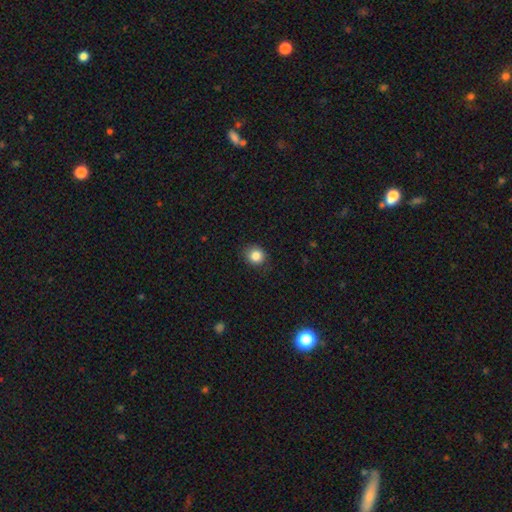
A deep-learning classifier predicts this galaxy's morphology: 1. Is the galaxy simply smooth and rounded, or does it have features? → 85% smooth, 10% star or artifact, 5% featured or disk.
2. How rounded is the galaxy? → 82% round, 17% in between, 1% cigar-shaped.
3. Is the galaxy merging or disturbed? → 85% none, 12% minor disturbance, 3% major disturbance, 1% merger.